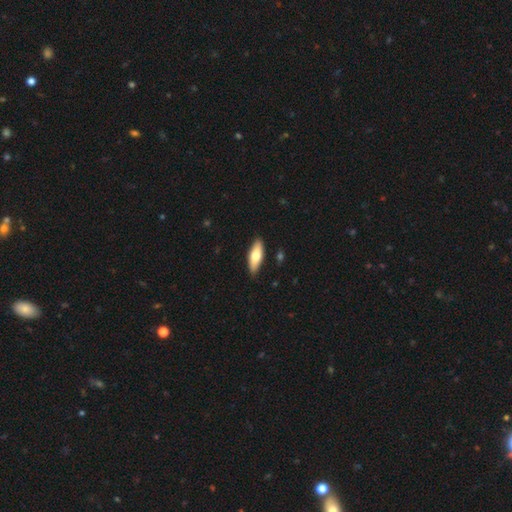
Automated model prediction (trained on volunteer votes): Overall: smooth (70%). How rounded: in between (64%; cigar-shaped 34%). Merging: none (87%).